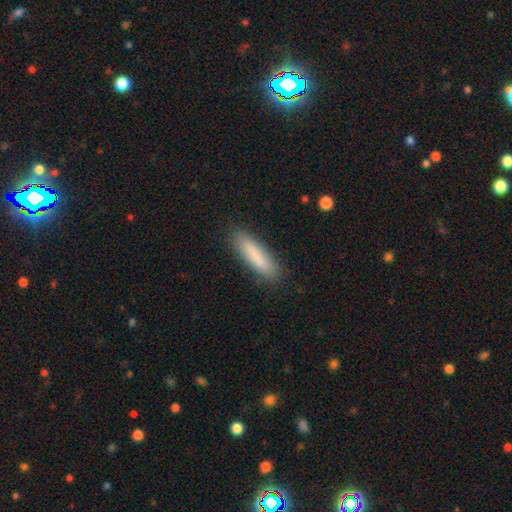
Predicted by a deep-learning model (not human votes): Smooth or featured?
  - smooth: 85% *
  - featured or disk: 9%
  - star or artifact: 7%
How rounded?
  - cigar-shaped: 77% *
  - in between: 22%
  - round: 1%
Merging?
  - none: 87% *
  - minor disturbance: 9%
  - major disturbance: 2%
  - merger: 1%